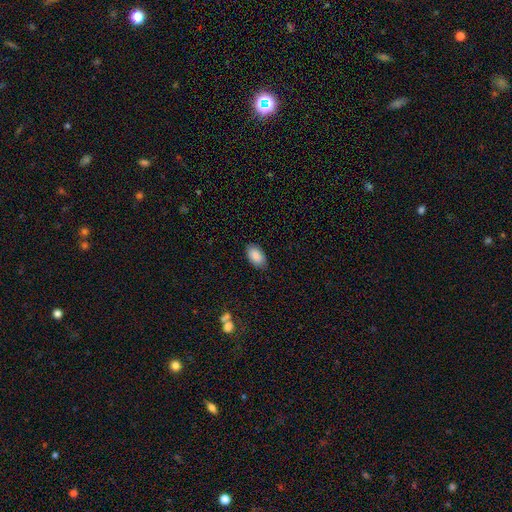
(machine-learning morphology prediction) smooth 87%, star or artifact 7%, featured or disk 6%. Down the decision tree: how rounded — in between (95%); merging — none (87%).